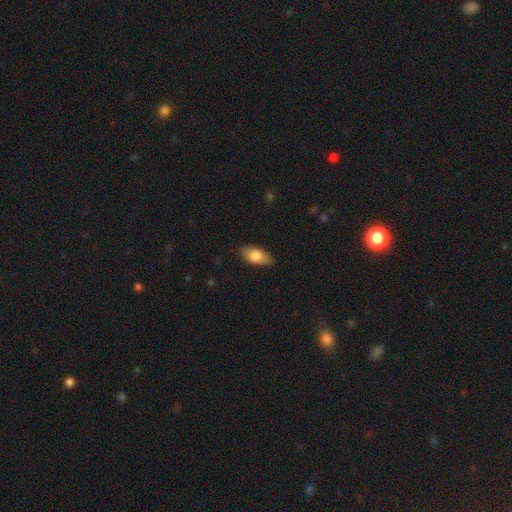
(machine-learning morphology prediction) Smooth or featured? smooth (79%)
How rounded? in between (89%)
Merging? none (85%)